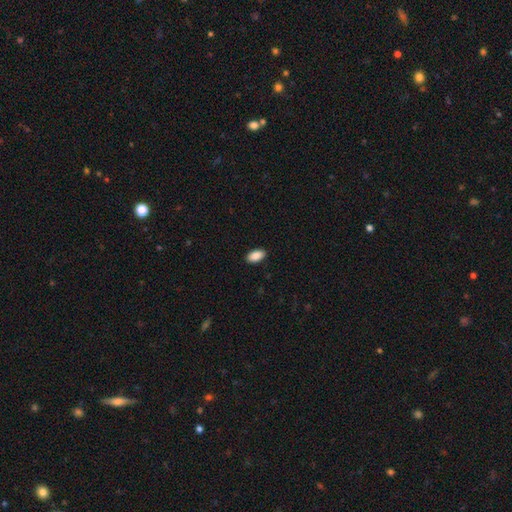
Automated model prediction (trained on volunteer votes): This appears to be a smooth galaxy with no disk features (89%) that is in between round and cigar-shaped (94%). Merging: none (90%).